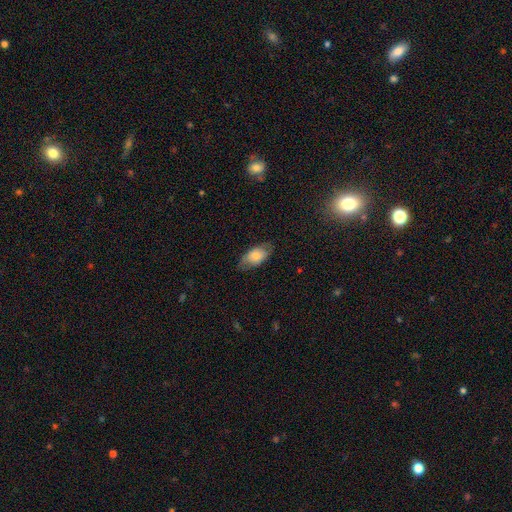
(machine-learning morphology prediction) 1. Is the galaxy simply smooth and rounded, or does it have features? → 71% smooth, 22% featured or disk, 7% star or artifact.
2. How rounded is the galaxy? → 90% in between, 6% round, 4% cigar-shaped.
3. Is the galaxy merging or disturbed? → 72% none, 20% minor disturbance, 6% major disturbance, 1% merger.